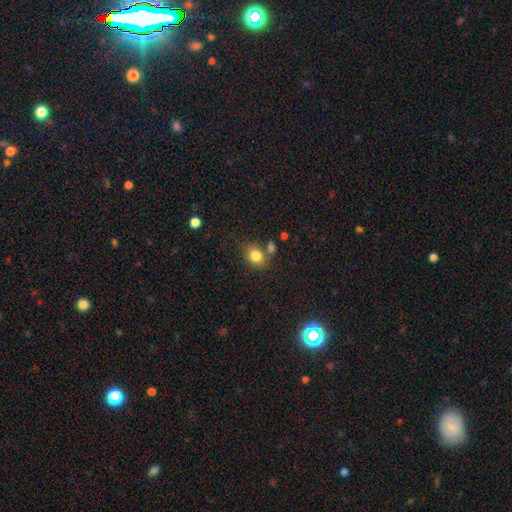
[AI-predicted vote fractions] Overall: smooth (82%). How rounded: in between (50%; round 49%). Merging: none (63%).